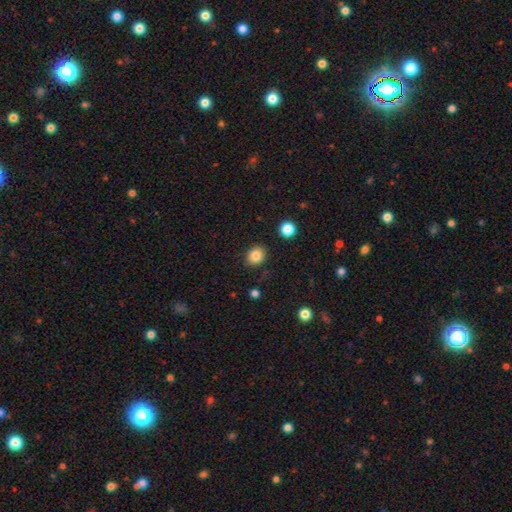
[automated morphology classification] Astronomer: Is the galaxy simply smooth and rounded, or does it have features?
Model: smooth — 84%.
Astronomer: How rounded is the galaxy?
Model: round — 67%.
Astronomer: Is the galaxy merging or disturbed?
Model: none — 86%.